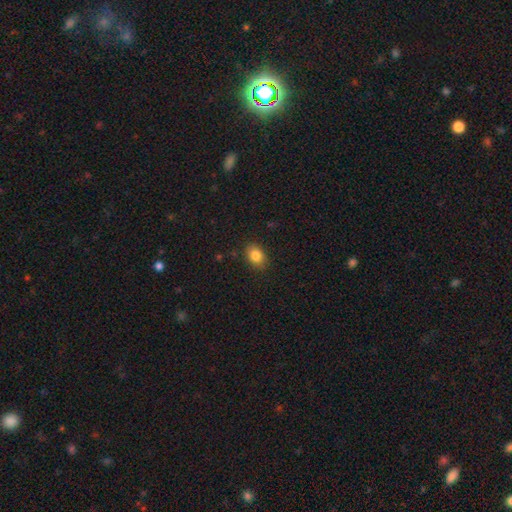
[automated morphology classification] A smooth galaxy with no disk features (85%) that is in between round and cigar-shaped (69%). Merging: none (87%).